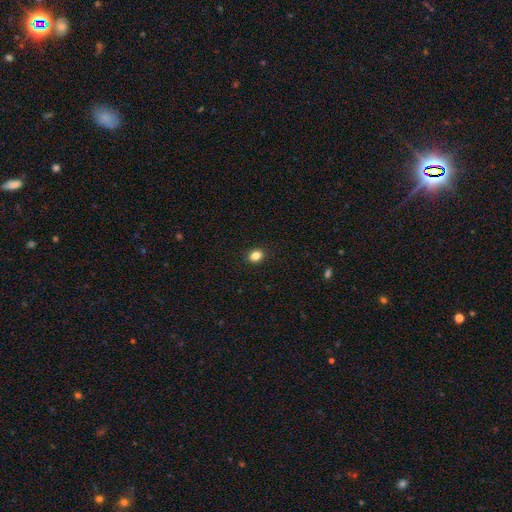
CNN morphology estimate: smooth_or_featured: smooth (p=0.85) [alt: star or artifact p=0.11]
how_rounded: round (p=0.52) [alt: in between p=0.47]
merging: none (p=0.91) [alt: minor disturbance p=0.06]